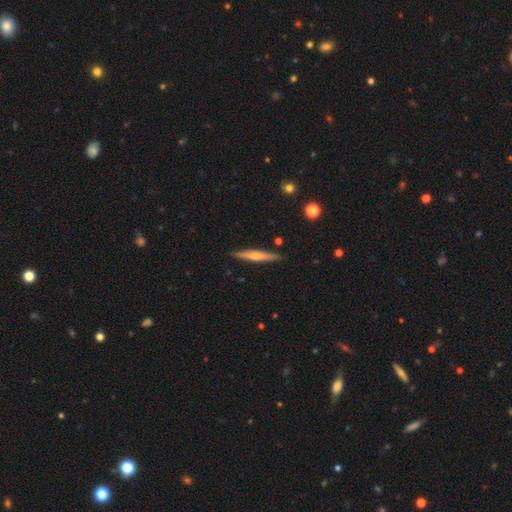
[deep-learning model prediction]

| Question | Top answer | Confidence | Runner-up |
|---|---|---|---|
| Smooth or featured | featured or disk | 55% | smooth (39%) |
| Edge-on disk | yes | 97% | no (3%) |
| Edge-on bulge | rounded | 70% | none (21%) |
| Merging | none | 90% | minor disturbance (7%) |